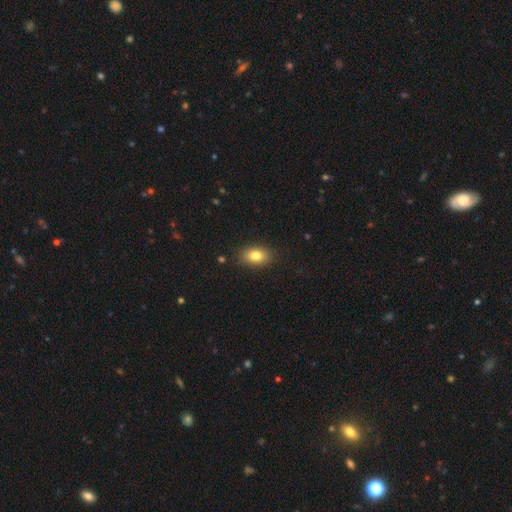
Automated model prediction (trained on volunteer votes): This appears to be a smooth galaxy with no disk features (82%) that is in between round and cigar-shaped (84%). Merging: none (85%).